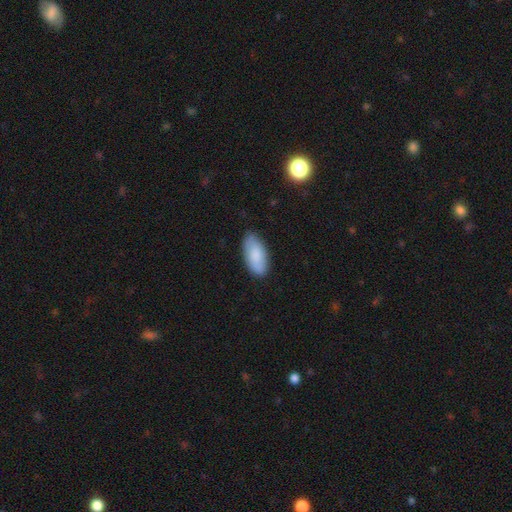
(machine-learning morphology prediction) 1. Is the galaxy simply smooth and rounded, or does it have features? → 82% smooth, 12% featured or disk, 6% star or artifact.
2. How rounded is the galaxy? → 91% in between, 7% cigar-shaped, 2% round.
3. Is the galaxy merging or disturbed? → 82% none, 14% minor disturbance, 2% major disturbance, 1% merger.